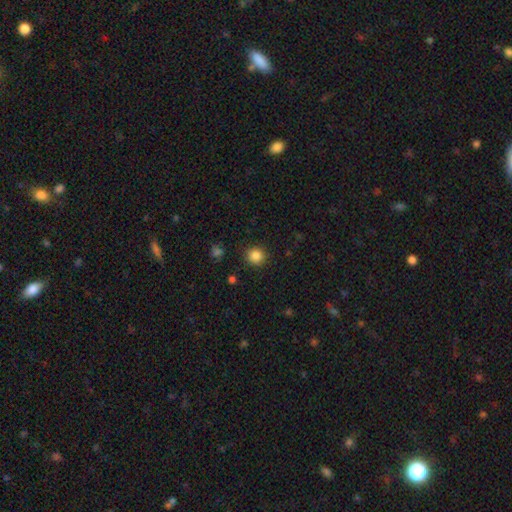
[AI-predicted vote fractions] Overall: smooth (86%). How rounded: round (92%). Merging: none (90%).